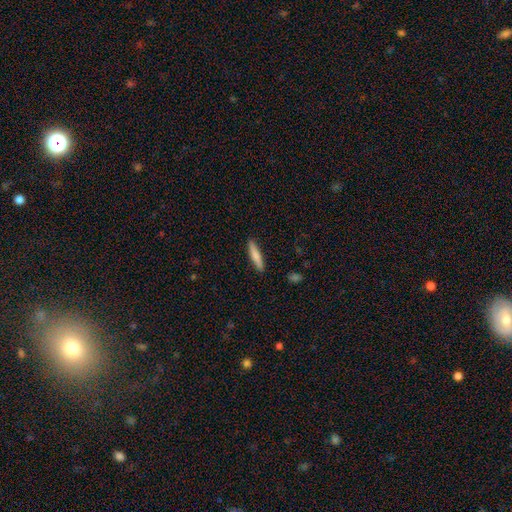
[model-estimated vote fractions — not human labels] smooth 77%, featured or disk 18%, star or artifact 6%. Down the decision tree: how rounded — cigar-shaped (90%); merging — none (90%).